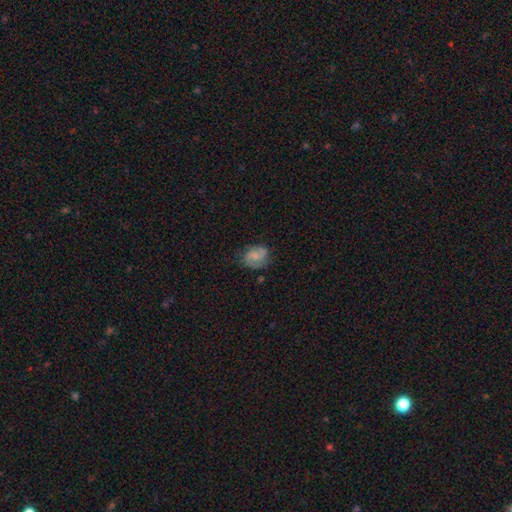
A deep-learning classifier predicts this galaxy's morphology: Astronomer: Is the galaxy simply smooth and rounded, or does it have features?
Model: featured or disk — 67%.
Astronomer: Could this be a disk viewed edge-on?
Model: no — 98%.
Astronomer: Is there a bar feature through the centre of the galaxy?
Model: no — 53% (runner-up: weak, 40%).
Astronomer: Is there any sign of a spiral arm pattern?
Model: yes — 93%.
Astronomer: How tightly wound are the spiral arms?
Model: medium — 50% (runner-up: tight, 33%).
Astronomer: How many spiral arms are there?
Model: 2 — 86%.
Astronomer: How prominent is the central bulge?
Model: small — 46% (runner-up: moderate, 29%).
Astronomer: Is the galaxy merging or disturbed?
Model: none — 74%.